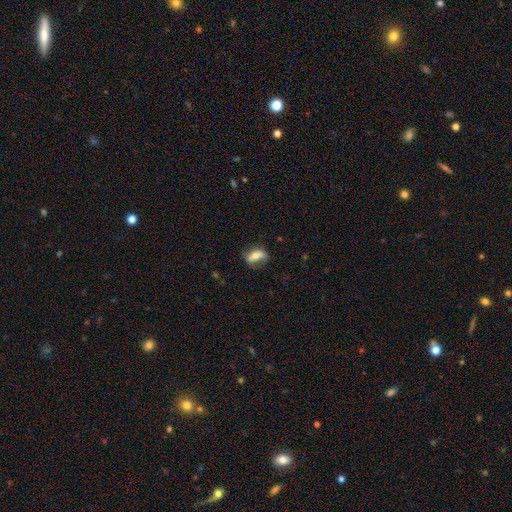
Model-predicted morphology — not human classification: type=smooth (65%); roundness=in between (76%); merging=none (60%).